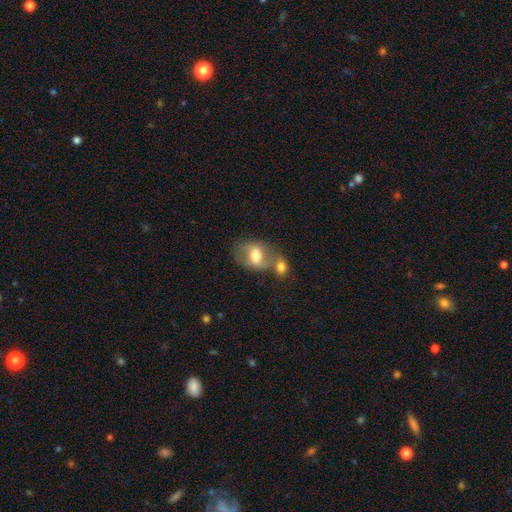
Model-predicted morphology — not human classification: Smooth or featured?
  - smooth: 52% *
  - featured or disk: 40%
  - star or artifact: 8%
How rounded?
  - in between: 69% *
  - round: 29%
  - cigar-shaped: 2%
Merging?
  - none: 41% *
  - merger: 37%
  - minor disturbance: 14%
  - major disturbance: 8%